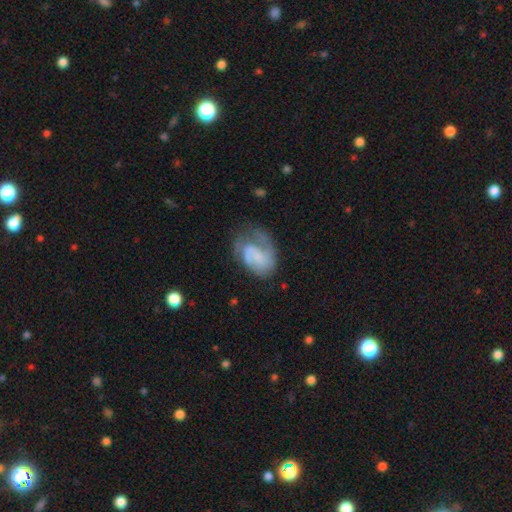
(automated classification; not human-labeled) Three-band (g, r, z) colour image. It shows a featured or disk galaxy (60%) with no bar (56%), spiral arms (78%) and a small central bulge (39%). Merging: none (38%).